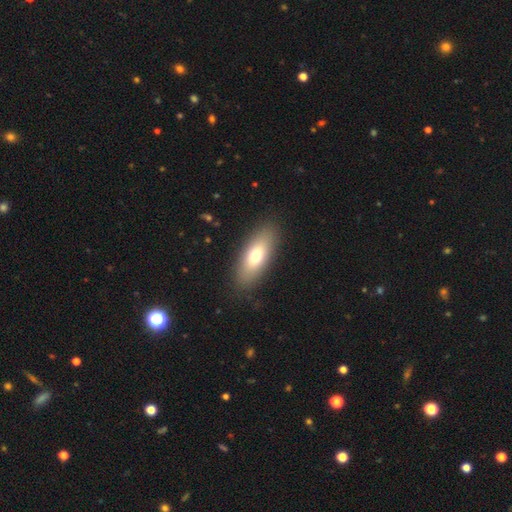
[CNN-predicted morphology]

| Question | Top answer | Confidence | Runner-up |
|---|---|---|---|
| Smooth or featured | smooth | 71% | featured or disk (22%) |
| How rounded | in between | 79% | cigar-shaped (18%) |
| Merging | none | 87% | minor disturbance (9%) |